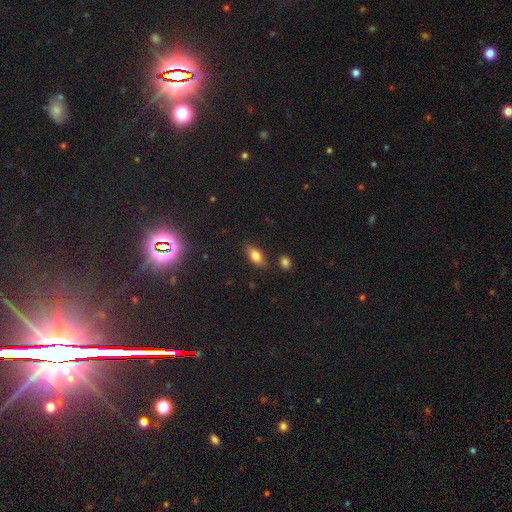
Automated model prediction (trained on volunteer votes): smooth 79%, featured or disk 11%, star or artifact 10%. Down the decision tree: how rounded — in between (85%); merging — none (80%).